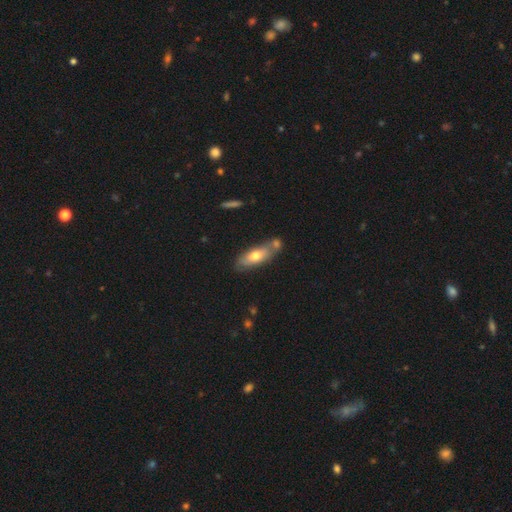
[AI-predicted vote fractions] Q: Smooth or featured?
A: smooth (63%); runner-up: featured or disk (31%)
Q: How rounded?
A: in between (61%); runner-up: cigar-shaped (37%)
Q: Merging?
A: none (57%); runner-up: merger (24%)